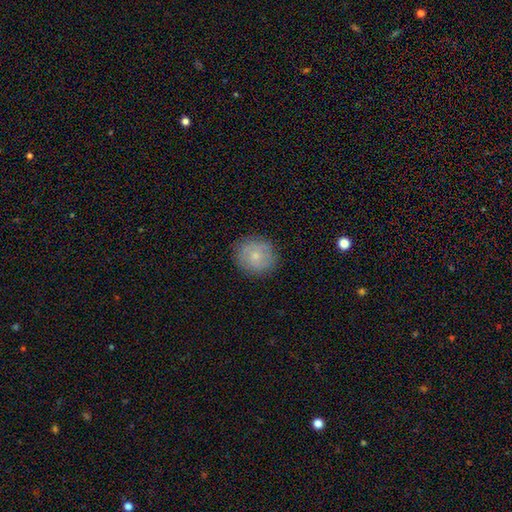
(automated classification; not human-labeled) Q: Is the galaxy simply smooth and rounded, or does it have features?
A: smooth — 59%.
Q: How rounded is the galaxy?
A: round — 89%.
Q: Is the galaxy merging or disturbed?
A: none — 84%.